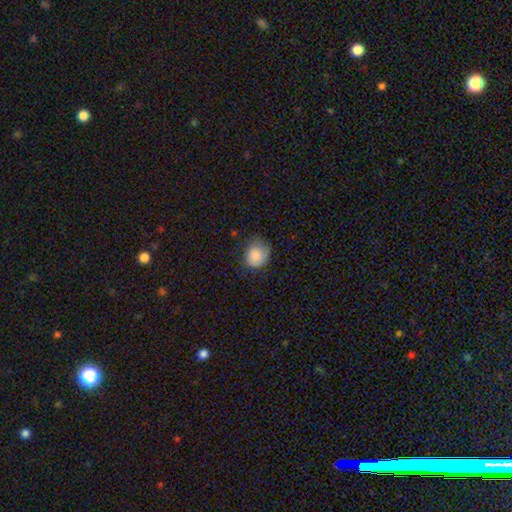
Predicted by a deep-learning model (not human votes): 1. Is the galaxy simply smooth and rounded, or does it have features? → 85% smooth, 8% star or artifact, 7% featured or disk.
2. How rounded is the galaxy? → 73% round, 26% in between, 1% cigar-shaped.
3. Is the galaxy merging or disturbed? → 66% none, 25% minor disturbance, 7% major disturbance, 1% merger.